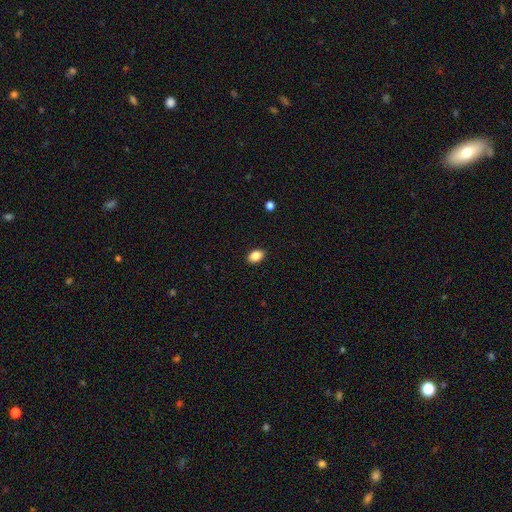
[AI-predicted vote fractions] smooth 87%, star or artifact 8%, featured or disk 5%. Down the decision tree: how rounded — in between (86%); merging — none (89%).